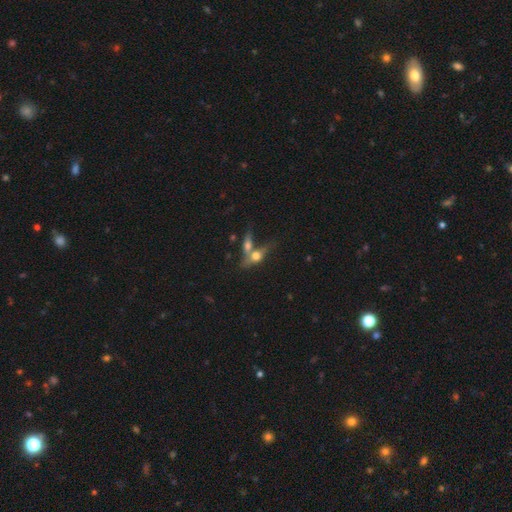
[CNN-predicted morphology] This is possibly a smooth galaxy (49%). Merging: possibly merger (49%).